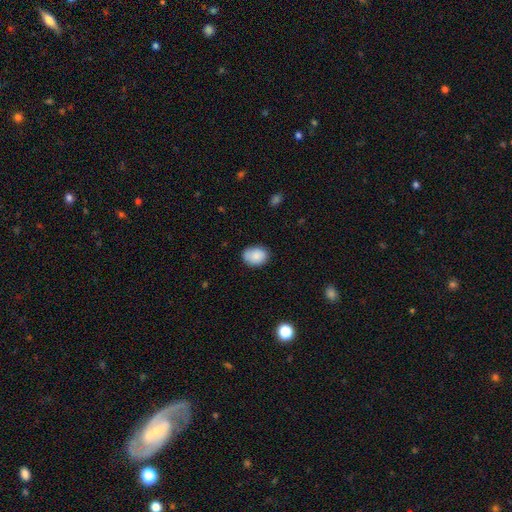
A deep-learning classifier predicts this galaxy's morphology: smooth-or-featured: smooth: 85% | featured or disk: 8% | star or artifact: 8%
  how-rounded: in between: 65% | round: 34% | cigar-shaped: 1%
  merging: none: 75% | minor disturbance: 20% | major disturbance: 4% | merger: 2%